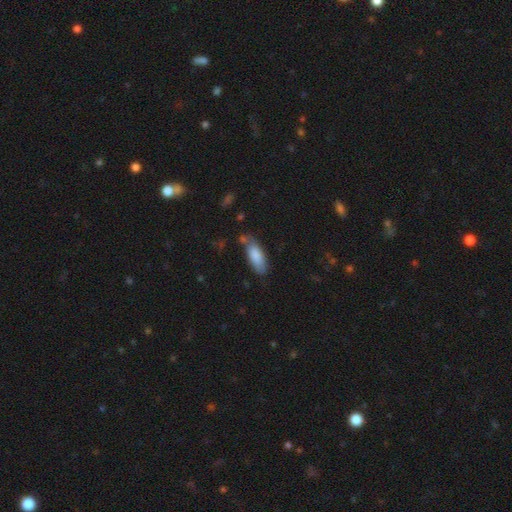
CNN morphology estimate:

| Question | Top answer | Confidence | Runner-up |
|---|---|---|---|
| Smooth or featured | smooth | 83% | featured or disk (11%) |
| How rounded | in between | 73% | cigar-shaped (25%) |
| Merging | none | 62% | minor disturbance (23%) |